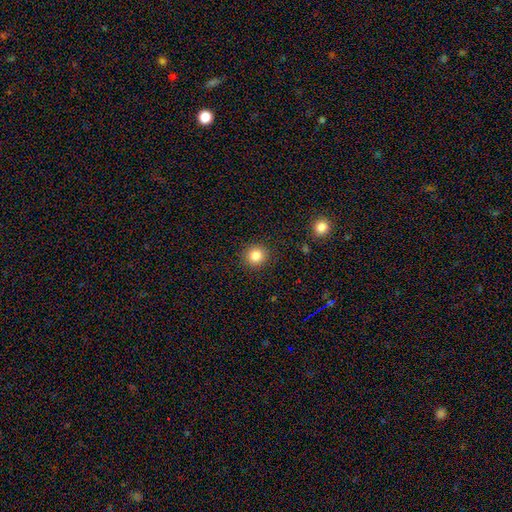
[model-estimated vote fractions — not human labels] Morphology: type=smooth (84%); roundness=round (91%); merging=none (91%).